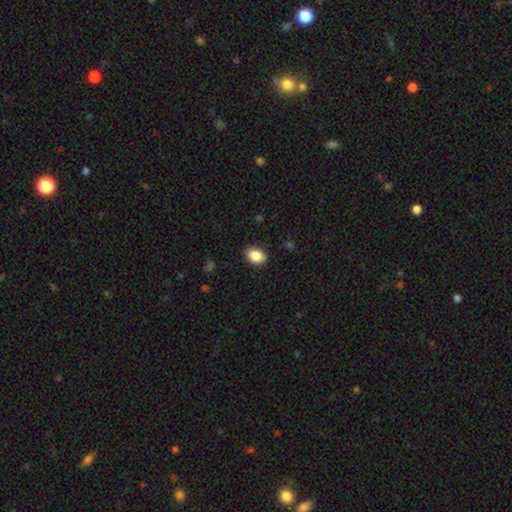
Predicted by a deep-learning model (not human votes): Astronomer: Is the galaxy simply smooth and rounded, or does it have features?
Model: smooth — 88%.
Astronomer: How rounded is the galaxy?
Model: in between — 80%.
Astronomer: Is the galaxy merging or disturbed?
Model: none — 89%.